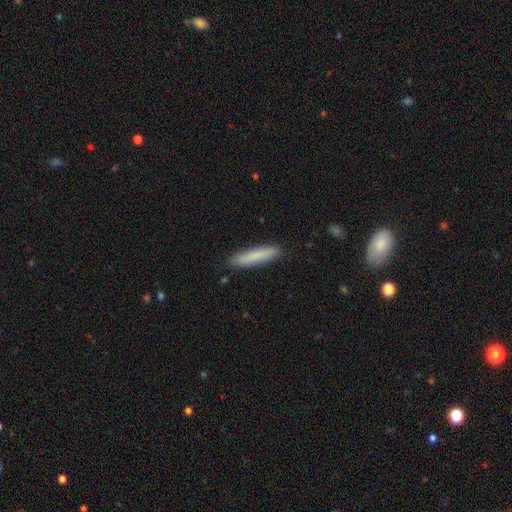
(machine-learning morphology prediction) Smooth or featured: smooth — 81% (featured or disk — 12%)
How rounded: cigar-shaped — 88% (in between — 11%)
Merging: none — 89% (minor disturbance — 8%)